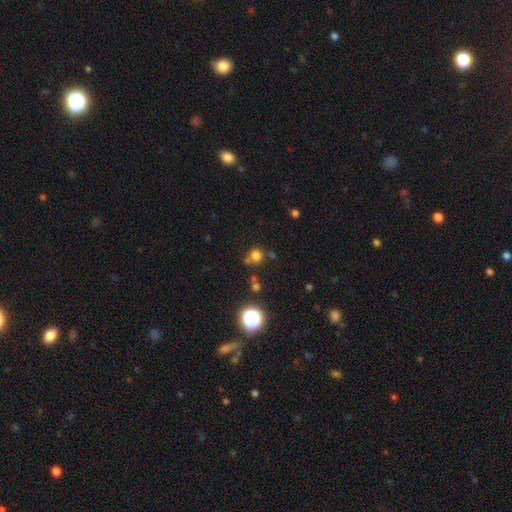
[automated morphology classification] A smooth galaxy with no disk features (72%) that is round (88%).

Vote fractions:
- Smooth or featured? smooth: 72% / star or artifact: 21% / featured or disk: 7%
- How rounded? round: 88% / in between: 11% / cigar-shaped: 1%
- Merging? none: 69% / merger: 16% / minor disturbance: 11% / major disturbance: 5%